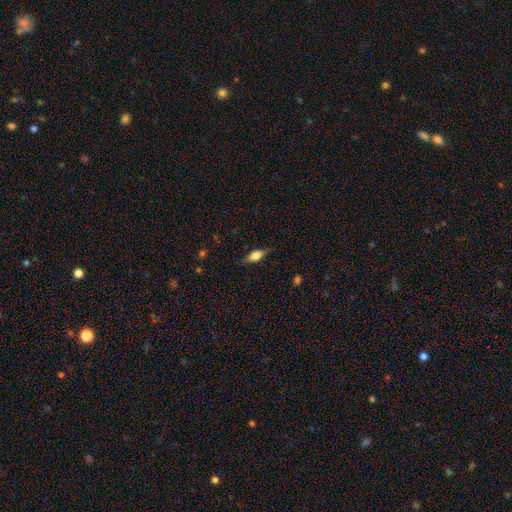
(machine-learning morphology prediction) Smooth or featured? smooth (52%)
How rounded? in between (70%)
Merging? none (80%)